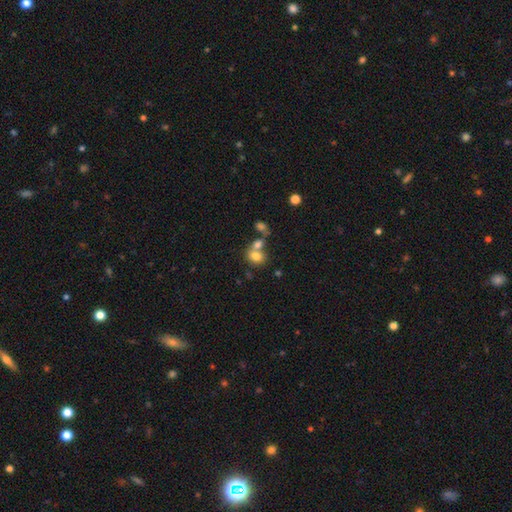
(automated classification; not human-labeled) Smooth or featured?
  - smooth: 76% *
  - featured or disk: 12%
  - star or artifact: 11%
How rounded?
  - round: 50% *
  - in between: 49%
  - cigar-shaped: 1%
Merging?
  - merger: 46% *
  - none: 39%
  - minor disturbance: 10%
  - major disturbance: 5%